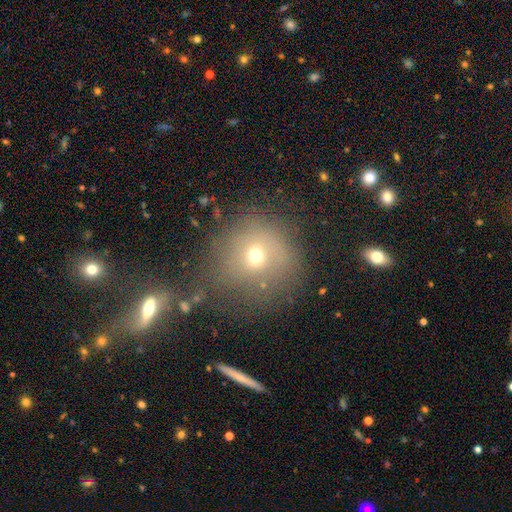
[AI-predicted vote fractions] A smooth galaxy with no disk features (62%) that is round (91%). Merging: none (62%).